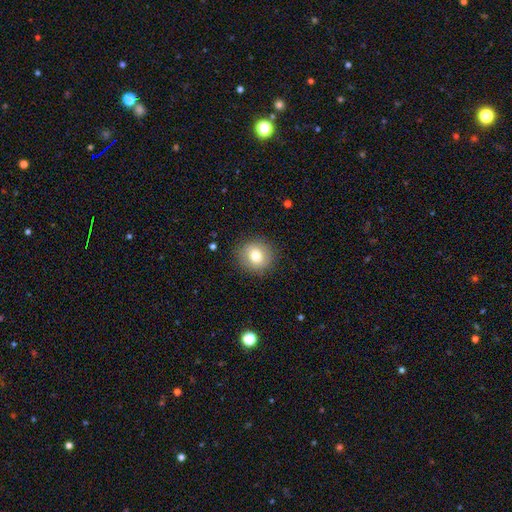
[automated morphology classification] smooth 77%, featured or disk 13%, star or artifact 10%. Down the decision tree: how rounded — round (87%); merging — none (87%).